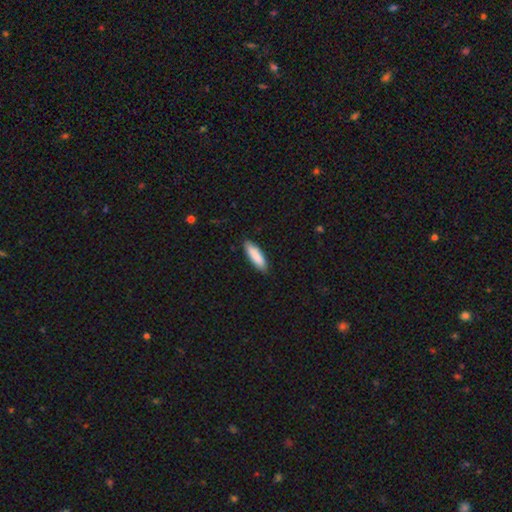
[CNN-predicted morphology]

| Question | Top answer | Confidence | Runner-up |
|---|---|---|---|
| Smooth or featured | smooth | 87% | featured or disk (7%) |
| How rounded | cigar-shaped | 54% | in between (45%) |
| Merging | none | 87% | minor disturbance (10%) |